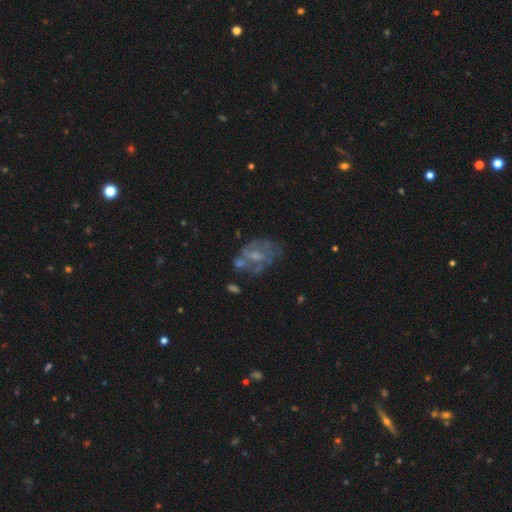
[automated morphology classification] type=featured or disk (66%); edge-on=no (97%); bar=no (57%); spiral arms=yes (55%); bulge=moderate (40%); merging=none (43%).